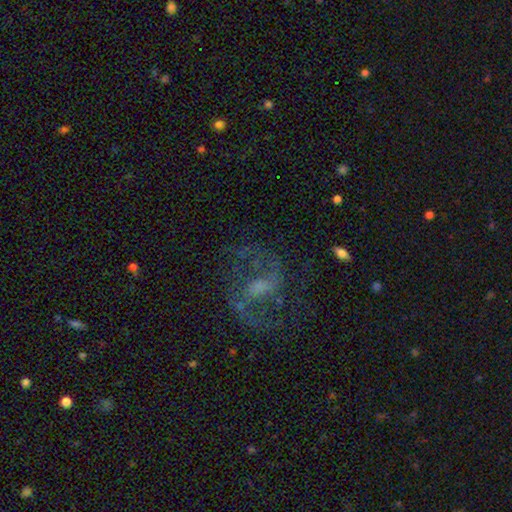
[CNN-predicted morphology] This is likely a featured or disk galaxy (79%). It is clearly not viewed edge-on (97%). Bar: possibly weak (53%). Spiral arm pattern: clearly yes (94%). Spiral arm count: clearly 2 (88%). Spiral winding: possibly medium (52%). Central bulge: marginally small (40%). Merging: likely none (73%).